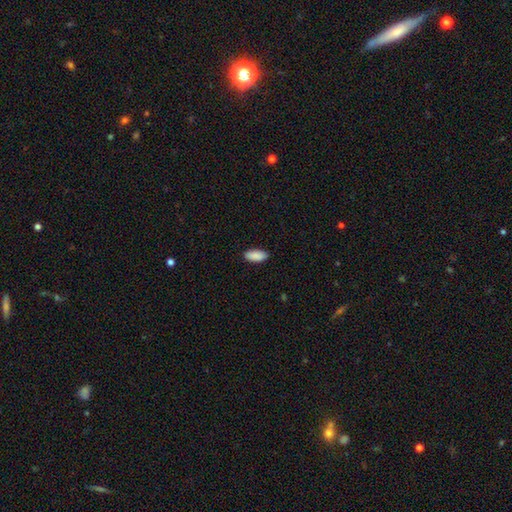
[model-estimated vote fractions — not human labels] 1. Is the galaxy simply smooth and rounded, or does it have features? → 91% smooth, 6% star or artifact, 4% featured or disk.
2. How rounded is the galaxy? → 88% in between, 10% cigar-shaped, 2% round.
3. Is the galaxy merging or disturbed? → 88% none, 9% minor disturbance, 2% major disturbance, 1% merger.